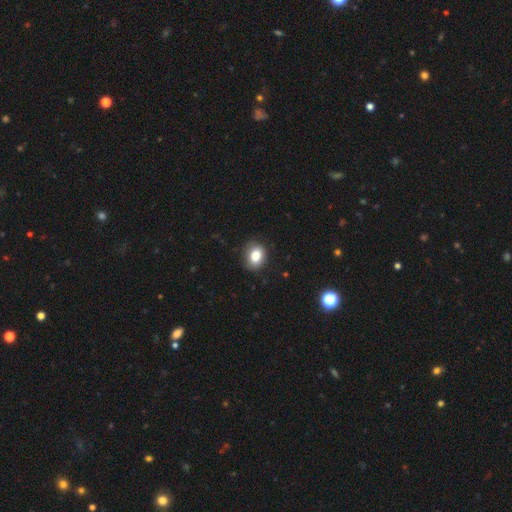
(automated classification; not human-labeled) A smooth galaxy with no disk features (83%) that is in between round and cigar-shaped (58%).

Vote fractions:
- Smooth or featured? smooth: 83% / star or artifact: 10% / featured or disk: 8%
- How rounded? in between: 58% / round: 41% / cigar-shaped: 1%
- Merging? none: 84% / minor disturbance: 12% / major disturbance: 3% / merger: 1%